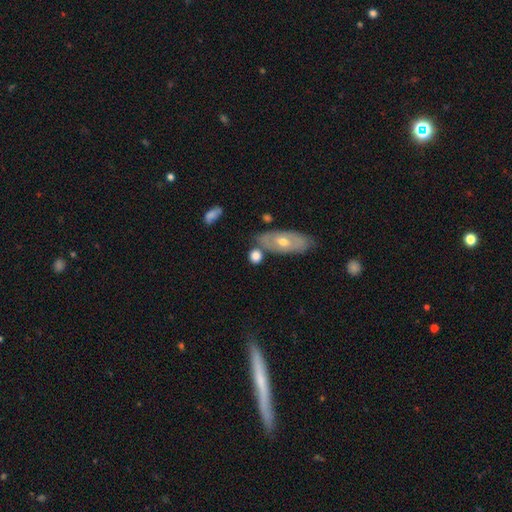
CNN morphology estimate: This is likely a smooth galaxy (72%). How rounded: possibly round (52%). Merging: likely none (63%).